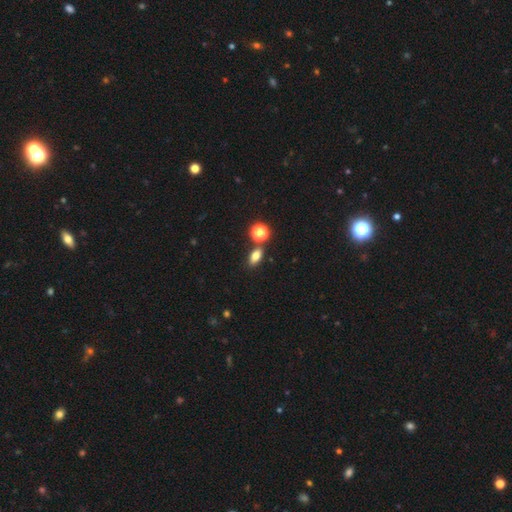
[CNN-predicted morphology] A smooth galaxy with no disk features (77%) that is in between round and cigar-shaped (77%). Merging: none (74%).